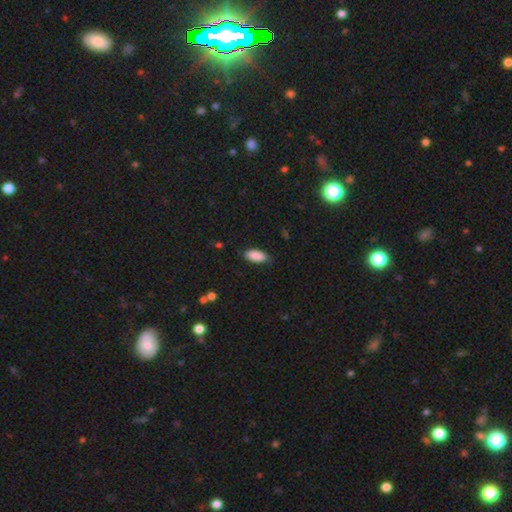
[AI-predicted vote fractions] Smooth or featured: smooth — 89% (star or artifact — 7%)
How rounded: in between — 88% (cigar-shaped — 10%)
Merging: none — 83% (minor disturbance — 13%)